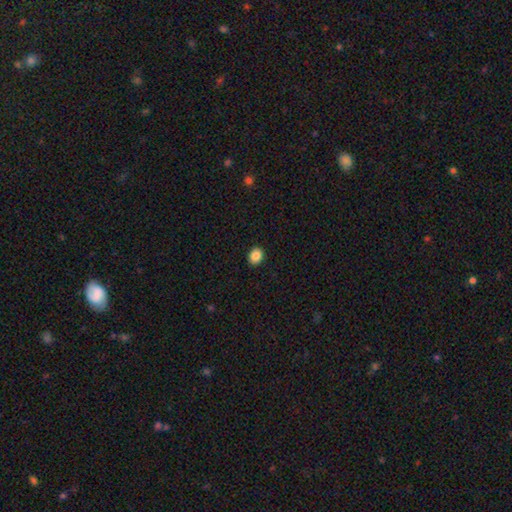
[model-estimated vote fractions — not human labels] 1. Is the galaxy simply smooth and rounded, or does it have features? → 87% smooth, 9% star or artifact, 4% featured or disk.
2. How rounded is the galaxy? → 50% in between, 49% round, 1% cigar-shaped.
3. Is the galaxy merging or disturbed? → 91% none, 6% minor disturbance, 2% major disturbance, 1% merger.